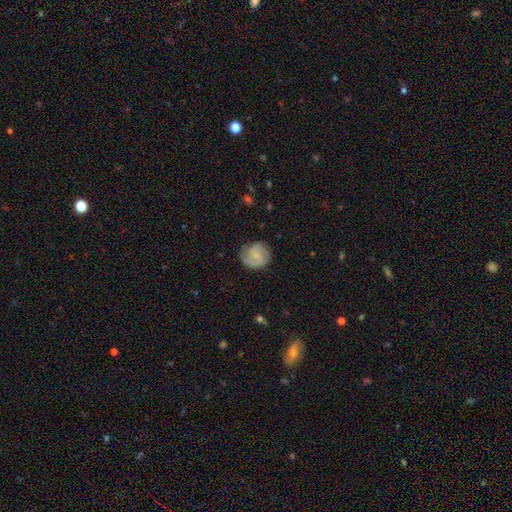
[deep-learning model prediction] smooth-or-featured: featured or disk: 60% | smooth: 34% | star or artifact: 7%
  disk-edge-on: no: 98% | yes: 2%
    bar: no: 61% | weak: 33% | strong: 5%
    has-spiral-arms: yes: 92% | no: 8%
      spiral-winding: tight: 45% | medium: 41% | loose: 15%
      spiral-arm-count: 2: 60% | 1: 16% | can't tell: 14% | 3: 7% | 4: 2% | more than 4: 2%
    bulge-size: small: 51% | none: 33% | moderate: 14% | large: 2% | dominant: 1%
  merging: none: 73% | minor disturbance: 18% | major disturbance: 7% | merger: 1%